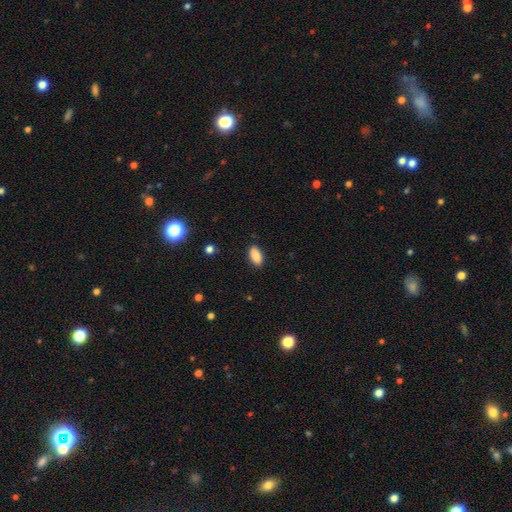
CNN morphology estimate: smooth-or-featured: smooth: 88% | star or artifact: 7% | featured or disk: 4%
  how-rounded: in between: 89% | cigar-shaped: 8% | round: 3%
  merging: none: 87% | minor disturbance: 9% | major disturbance: 2% | merger: 1%